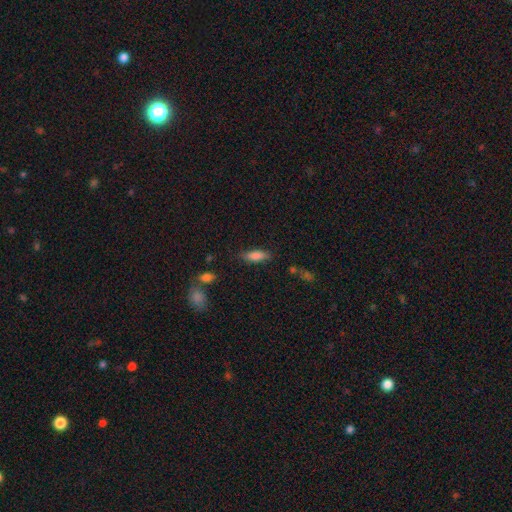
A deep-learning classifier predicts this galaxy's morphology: This is clearly a smooth galaxy (82%). How rounded: likely in between (61%). Merging: likely none (77%).